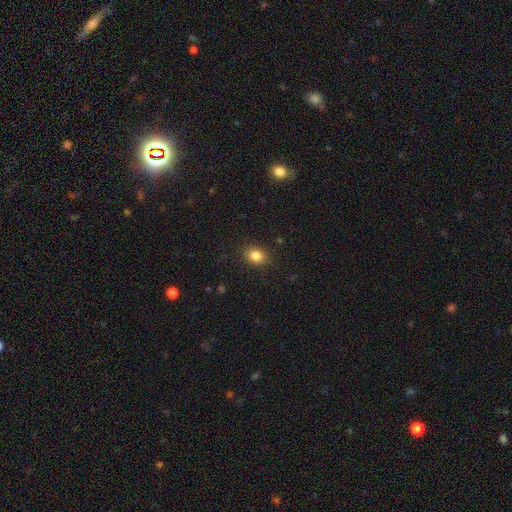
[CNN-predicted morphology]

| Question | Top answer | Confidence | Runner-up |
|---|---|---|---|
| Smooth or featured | smooth | 85% | star or artifact (10%) |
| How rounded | in between | 54% | round (45%) |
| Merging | none | 88% | minor disturbance (8%) |